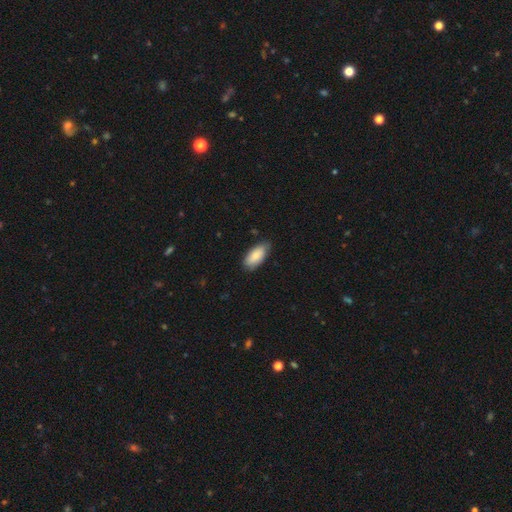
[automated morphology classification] type=smooth (84%); roundness=in between (91%); merging=none (77%).